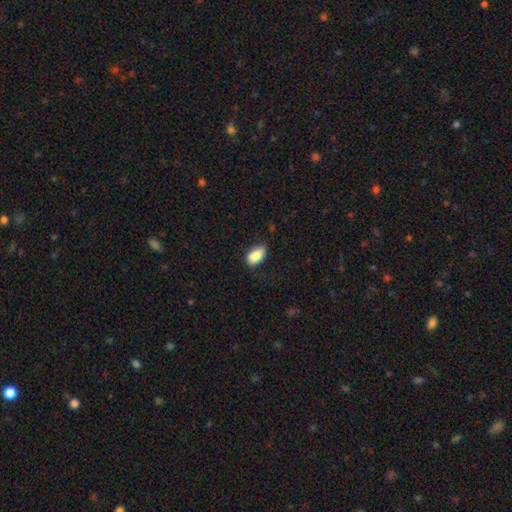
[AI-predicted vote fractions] Q: Smooth or featured?
A: smooth (86%); runner-up: star or artifact (7%)
Q: How rounded?
A: in between (92%); runner-up: round (5%)
Q: Merging?
A: none (74%); runner-up: minor disturbance (21%)